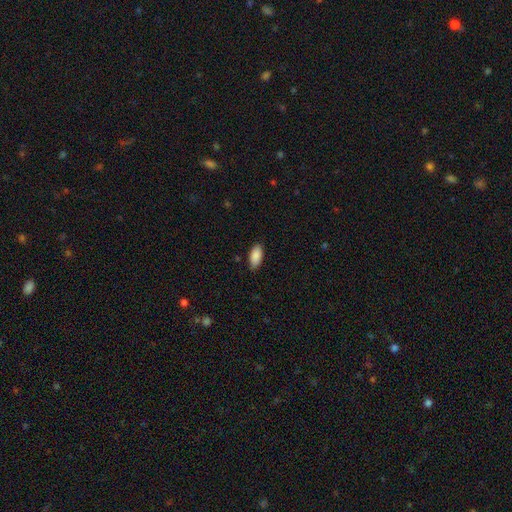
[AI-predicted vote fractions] A smooth galaxy with no disk features (89%) that is in between round and cigar-shaped (91%). Merging: none (85%).